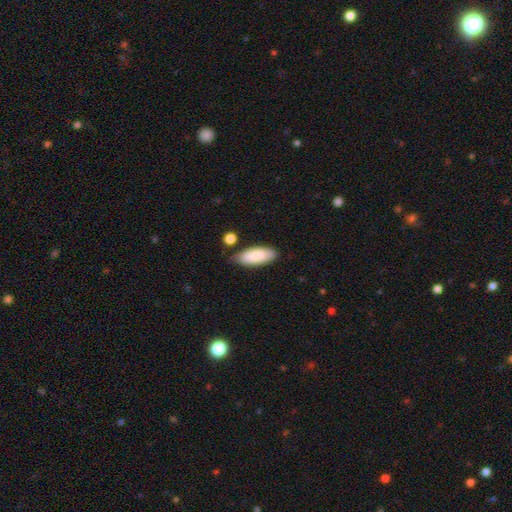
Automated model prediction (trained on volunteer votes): smooth 86%, featured or disk 8%, star or artifact 6%. Down the decision tree: how rounded — in between (81%); merging — none (74%).